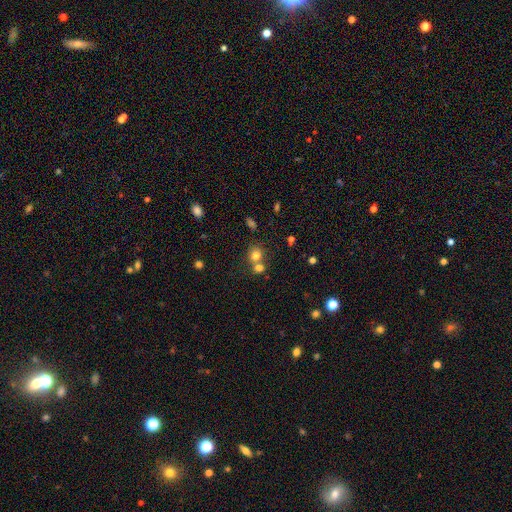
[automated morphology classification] The model was most divided on "merging": none: 49%, merger: 40%, minor disturbance: 7%, major disturbance: 3%. More confident: how rounded — round (78%); smooth or featured — smooth (76%).